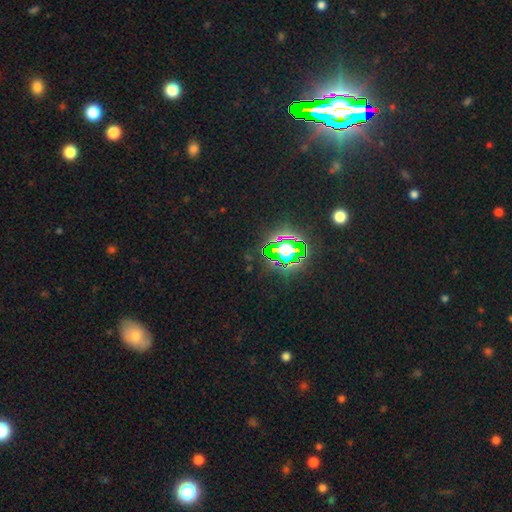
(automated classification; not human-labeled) The model was most divided on "smooth or featured": star or artifact: 77%, smooth: 13%, featured or disk: 9%.